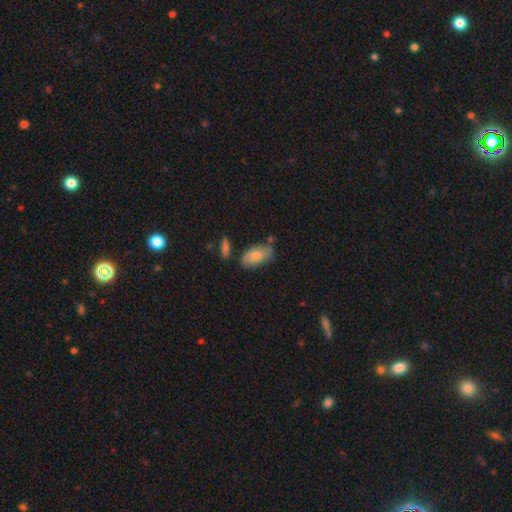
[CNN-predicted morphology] A smooth galaxy with no disk features (76%) that is in between round and cigar-shaped (92%). Merging: none (63%).